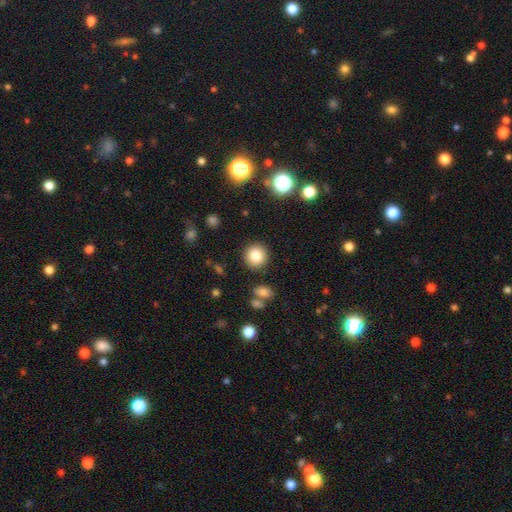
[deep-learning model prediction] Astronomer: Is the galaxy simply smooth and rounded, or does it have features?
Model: smooth — 82%.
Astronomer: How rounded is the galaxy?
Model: round — 91%.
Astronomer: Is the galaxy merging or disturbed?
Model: none — 88%.